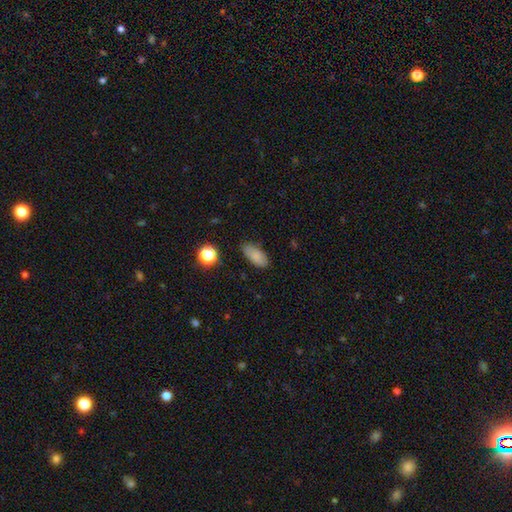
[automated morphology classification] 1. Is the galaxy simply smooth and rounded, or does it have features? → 83% smooth, 9% star or artifact, 8% featured or disk.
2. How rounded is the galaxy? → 87% in between, 9% cigar-shaped, 4% round.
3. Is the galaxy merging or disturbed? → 78% none, 17% minor disturbance, 4% major disturbance, 2% merger.